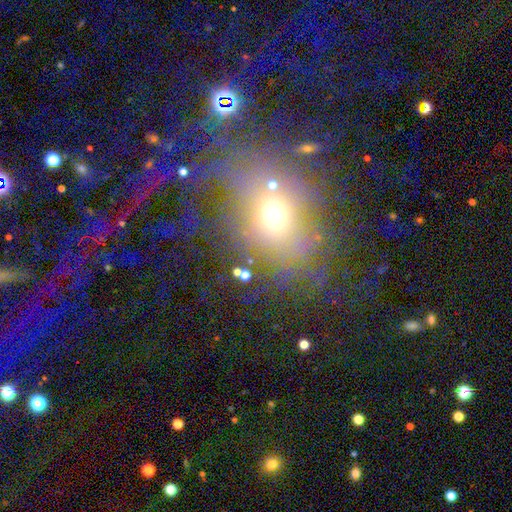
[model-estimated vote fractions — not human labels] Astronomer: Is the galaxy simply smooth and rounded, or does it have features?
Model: smooth — 40% (runner-up: featured or disk, 30%).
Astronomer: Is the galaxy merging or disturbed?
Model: none — 42% (runner-up: major disturbance, 35%).